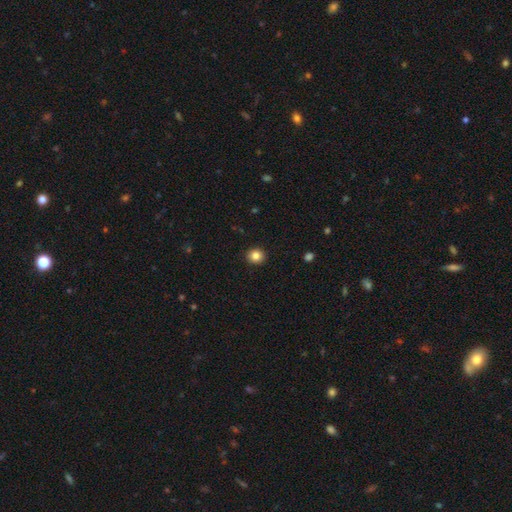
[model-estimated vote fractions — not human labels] This appears to be a smooth galaxy with no disk features (85%) that is round (86%). Merging: none (92%).